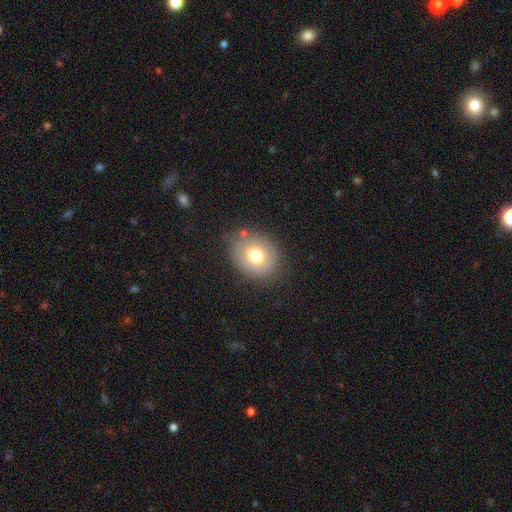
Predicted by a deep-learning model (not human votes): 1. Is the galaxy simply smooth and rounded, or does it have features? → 70% smooth, 21% featured or disk, 9% star or artifact.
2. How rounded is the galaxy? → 68% round, 31% in between, 1% cigar-shaped.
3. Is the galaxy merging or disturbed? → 76% none, 16% minor disturbance, 6% major disturbance, 3% merger.